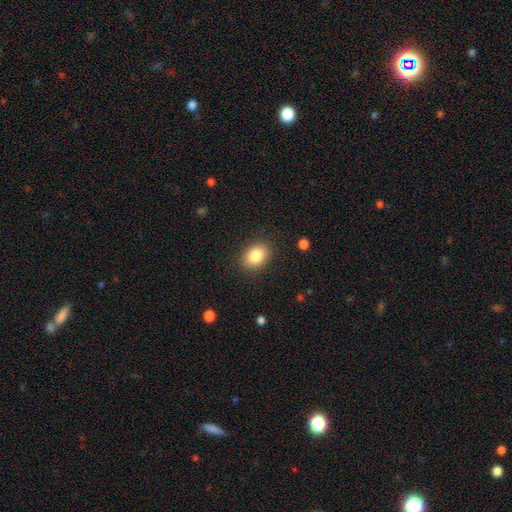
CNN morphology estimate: This is clearly a smooth galaxy (84%). How rounded: likely in between (68%). Merging: clearly none (87%).